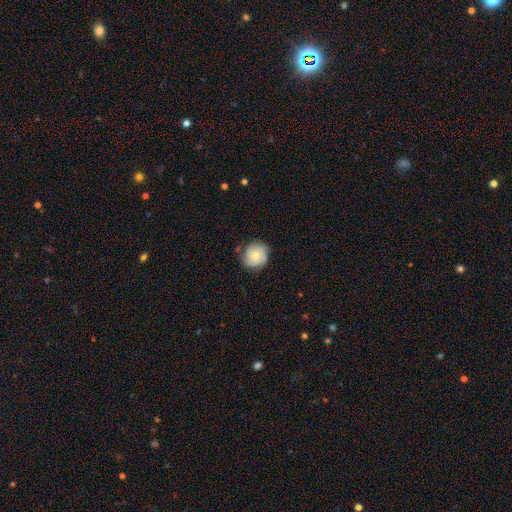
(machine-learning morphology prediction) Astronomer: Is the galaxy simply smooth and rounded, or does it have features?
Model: smooth — 70%.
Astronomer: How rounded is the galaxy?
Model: round — 85%.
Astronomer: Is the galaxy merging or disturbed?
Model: none — 72%.